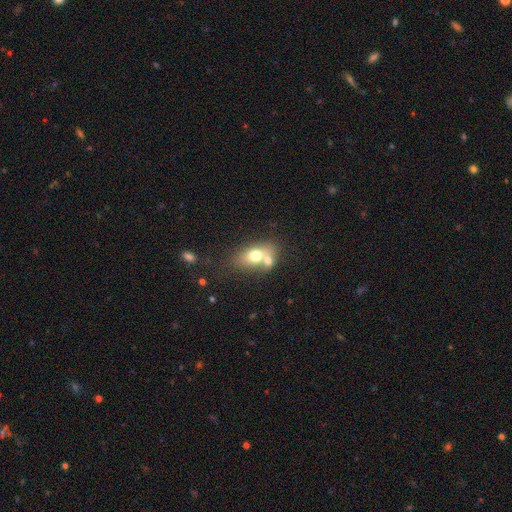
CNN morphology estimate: Smooth or featured?
  - smooth: 67% *
  - featured or disk: 24%
  - star or artifact: 9%
How rounded?
  - in between: 78% *
  - round: 18%
  - cigar-shaped: 3%
Merging?
  - merger: 46% *
  - none: 37%
  - minor disturbance: 12%
  - major disturbance: 5%